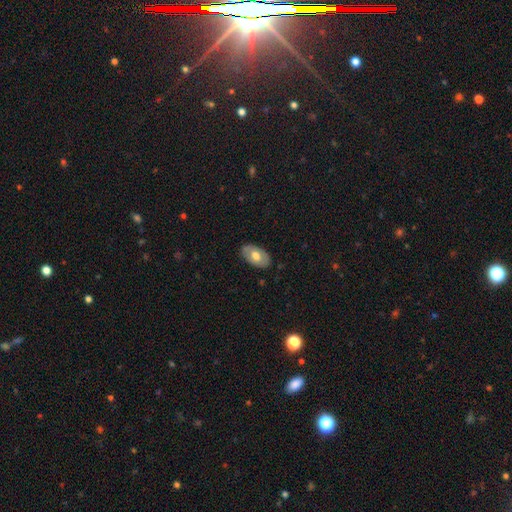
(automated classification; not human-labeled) A smooth galaxy with no disk features (59%) that is in between round and cigar-shaped (92%). Merging: none (84%).